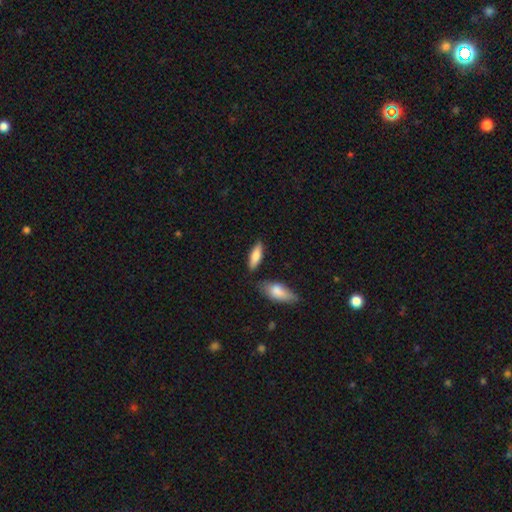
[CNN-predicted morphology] This is likely a smooth galaxy (77%). How rounded: possibly in between (58%). Merging: likely none (78%).